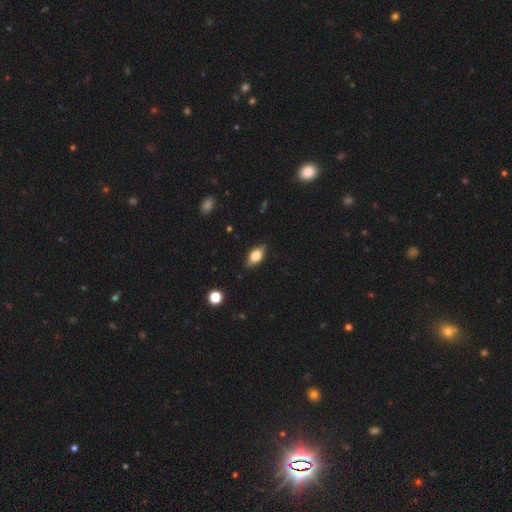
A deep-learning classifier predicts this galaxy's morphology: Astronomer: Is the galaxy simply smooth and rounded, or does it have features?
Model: smooth — 62%.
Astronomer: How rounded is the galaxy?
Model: in between — 82%.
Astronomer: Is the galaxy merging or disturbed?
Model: none — 84%.